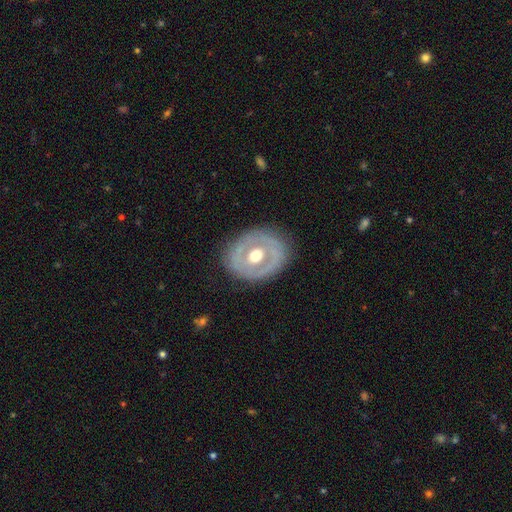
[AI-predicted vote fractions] The model was most divided on "smooth or featured": featured or disk: 65%, smooth: 30%, star or artifact: 5%. More confident: edge-on disk — no (95%); spiral arms — no (78%); merging — none (77%); bar — no (74%); bulge size — moderate (73%).